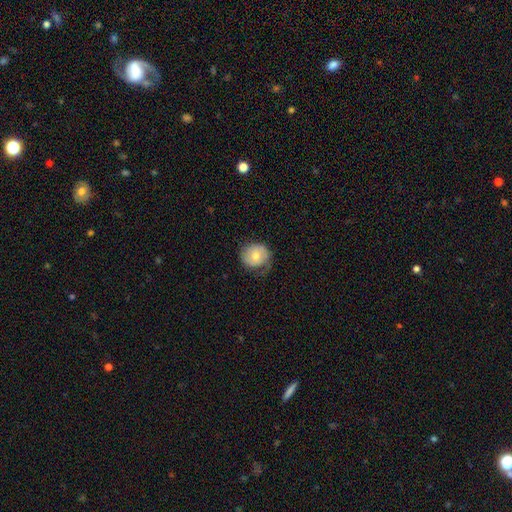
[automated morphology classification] A smooth galaxy with no disk features (60%) that is round (81%). Merging: none (59%).